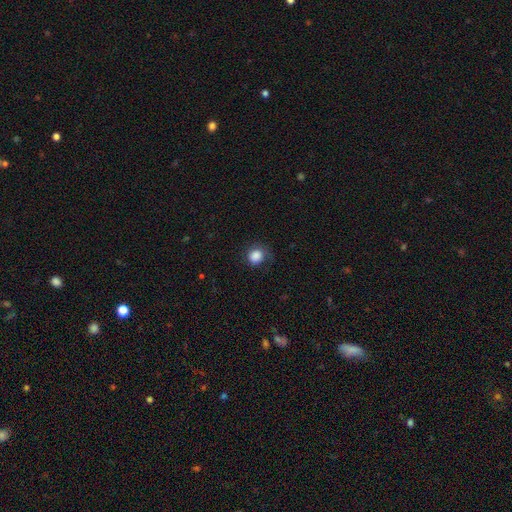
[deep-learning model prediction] This appears to be a smooth galaxy with no disk features (85%) that is round (78%). Merging: none (67%).